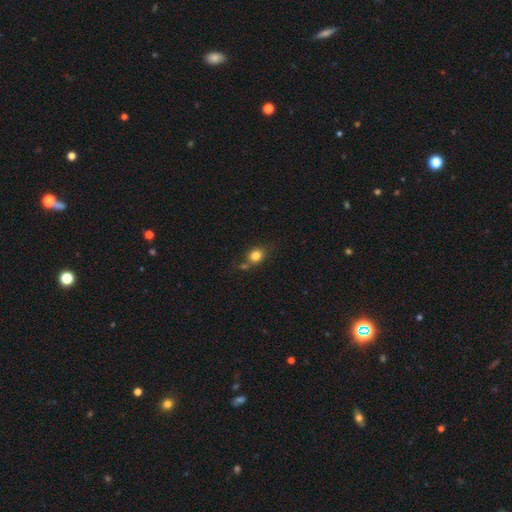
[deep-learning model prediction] This is clearly a smooth galaxy (81%). How rounded: likely round (61%). Merging: possibly none (60%).